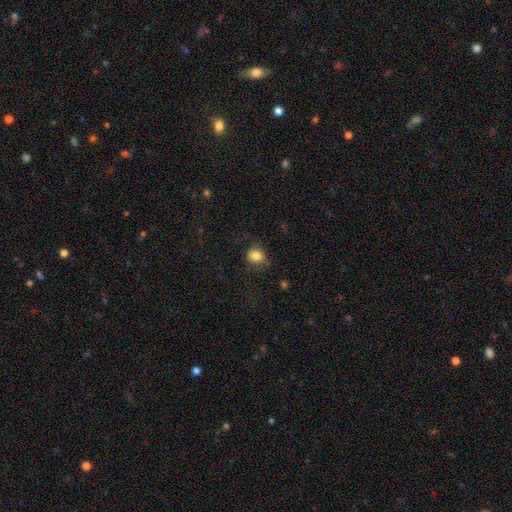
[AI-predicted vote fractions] The model was most divided on "how rounded": round: 72%, in between: 27%, cigar-shaped: 1%. More confident: smooth or featured — smooth (82%); merging — none (68%).